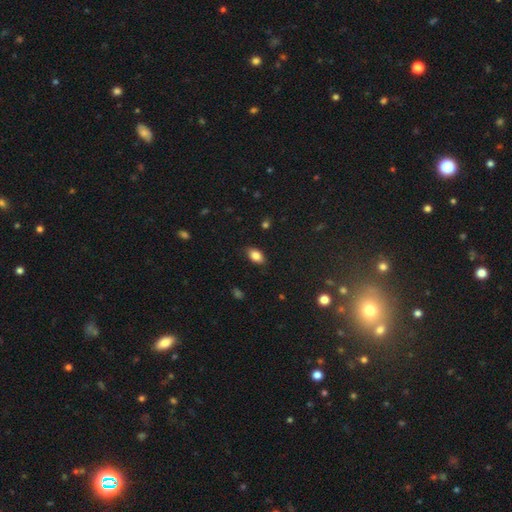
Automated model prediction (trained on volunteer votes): Smooth or featured: smooth — 84% (star or artifact — 9%)
How rounded: in between — 90% (round — 8%)
Merging: none — 84% (minor disturbance — 12%)